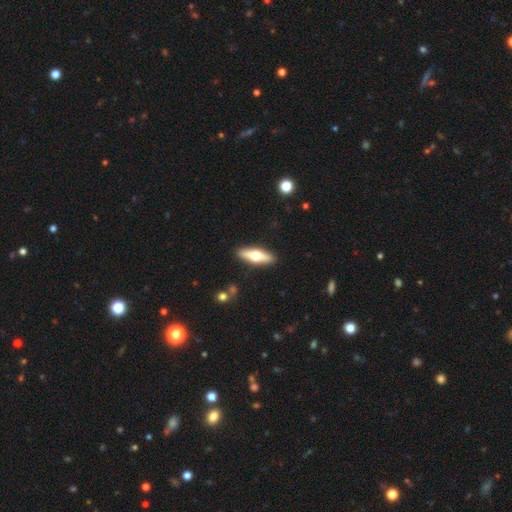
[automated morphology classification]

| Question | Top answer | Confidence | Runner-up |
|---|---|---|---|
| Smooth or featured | featured or disk | 49% | smooth (46%) |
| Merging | none | 90% | minor disturbance (7%) |